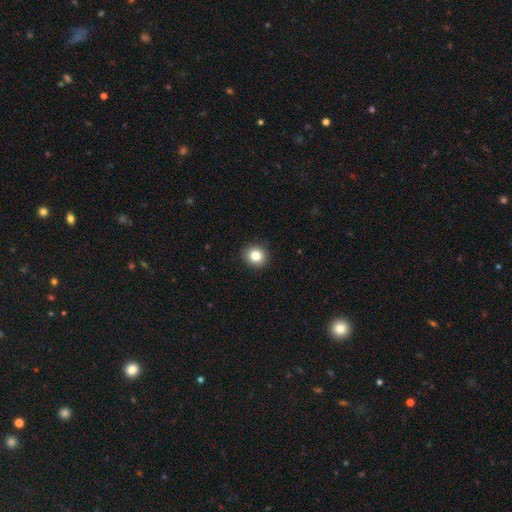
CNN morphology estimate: A smooth galaxy with no disk features (83%) that is round (85%). Merging: none (91%).